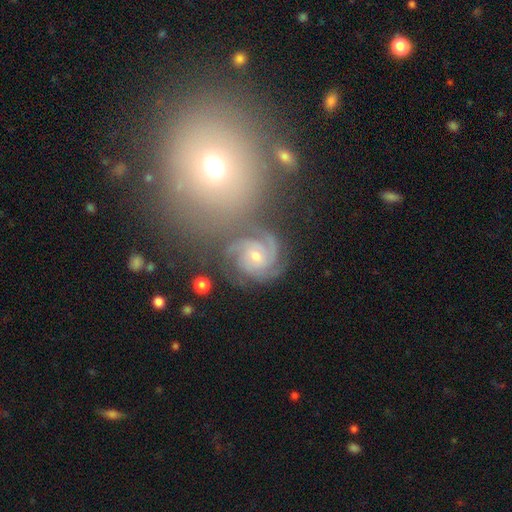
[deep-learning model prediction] Smooth or featured? Predicted: featured or disk (p=0.84). Edge-on disk? Predicted: no (p=0.98). Bar? Predicted: no (p=0.62). Spiral arms? Predicted: yes (p=0.98). Spiral winding? Predicted: tight (p=0.60). Spiral arm count? Predicted: 3 (p=0.48). Bulge size? Predicted: small (p=0.51). Merging? Predicted: none (p=0.64).